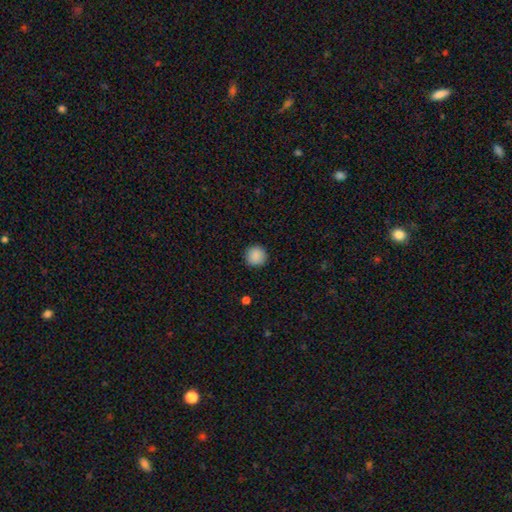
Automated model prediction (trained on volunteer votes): Q: Smooth or featured?
A: smooth (89%); runner-up: star or artifact (8%)
Q: How rounded?
A: round (95%); runner-up: in between (4%)
Q: Merging?
A: none (91%); runner-up: minor disturbance (6%)